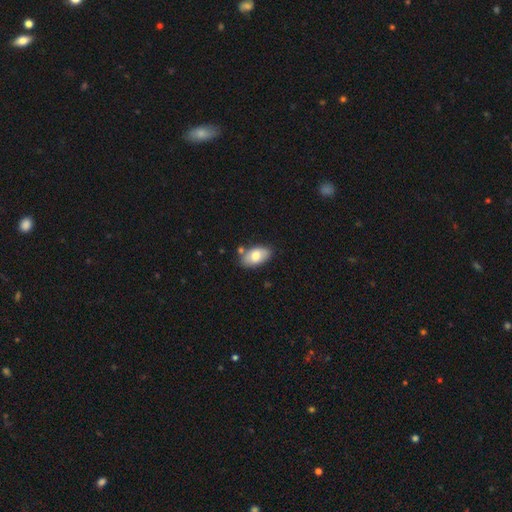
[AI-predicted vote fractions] Morphology: type=smooth (75%); roundness=in between (94%); merging=none (73%).